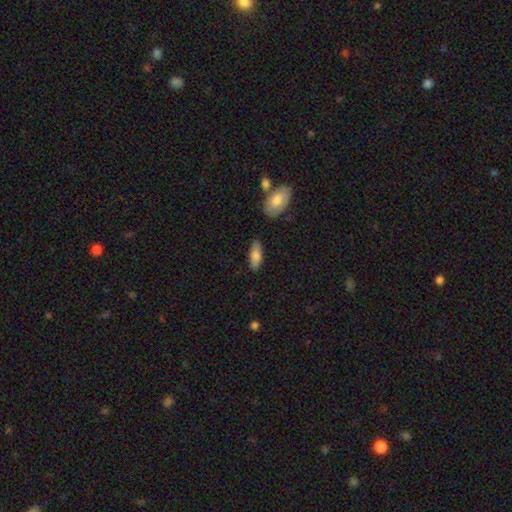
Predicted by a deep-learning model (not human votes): Morphology: type=smooth (78%); roundness=in between (76%); merging=none (82%).